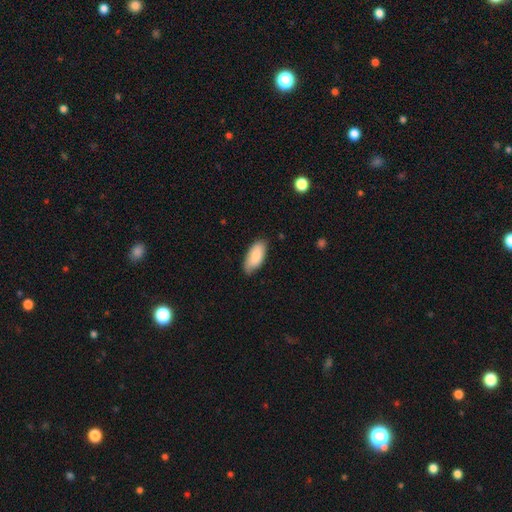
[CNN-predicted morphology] smooth-or-featured: smooth: 84% | featured or disk: 10% | star or artifact: 6%
  how-rounded: in between: 90% | cigar-shaped: 8% | round: 2%
  merging: none: 76% | minor disturbance: 20% | major disturbance: 3% | merger: 1%